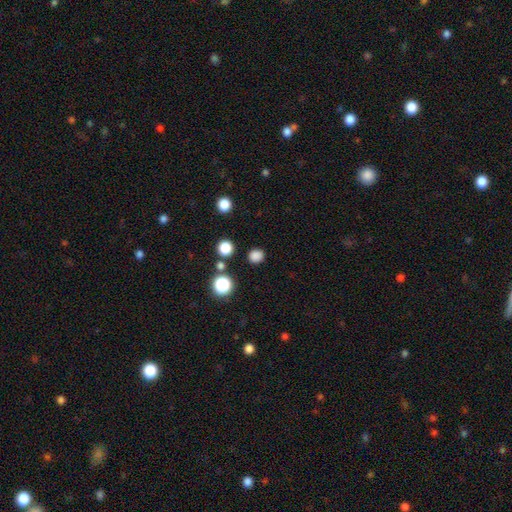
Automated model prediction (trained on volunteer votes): Smooth or featured? Predicted: smooth (p=0.81). How rounded? Predicted: round (p=0.85). Merging? Predicted: none (p=0.88).